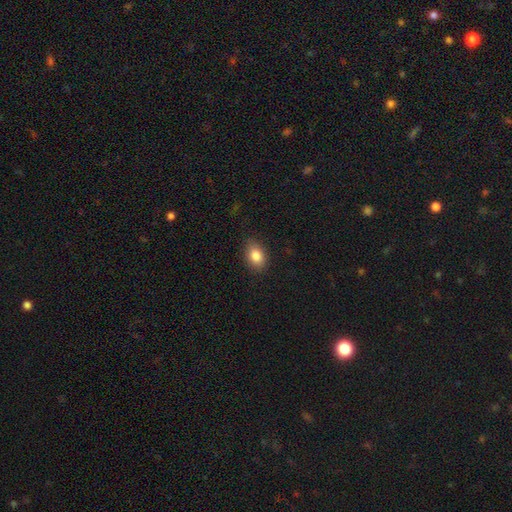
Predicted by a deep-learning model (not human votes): This appears to be a smooth galaxy with no disk features (83%) that is in between round and cigar-shaped (78%). Merging: none (86%).